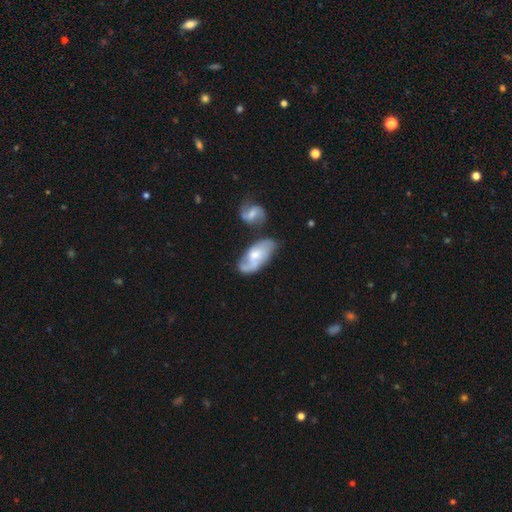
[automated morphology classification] featured or disk 61%, smooth 33%, star or artifact 5%. Down the decision tree: edge-on disk — no (93%); bar — no (61%); spiral arms — yes (82%); bulge size — moderate (51%); merging — none (46%).